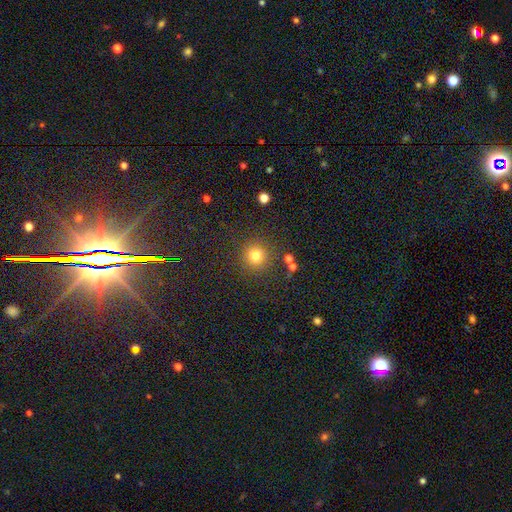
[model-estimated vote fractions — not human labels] Overall: smooth (78%). How rounded: round (94%). Merging: none (85%).